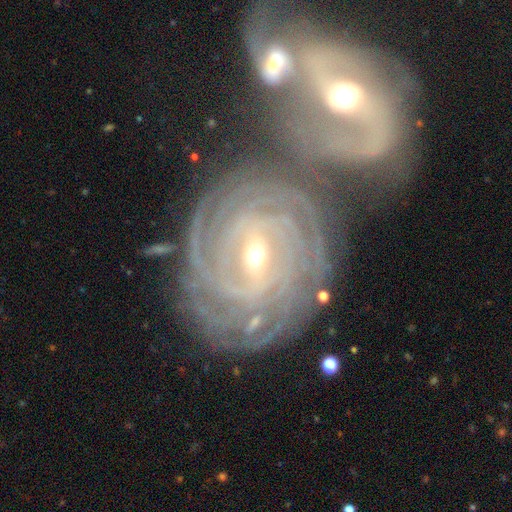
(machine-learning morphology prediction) A featured or disk galaxy (91%) with a weak bar (44%), 4 (22%, tied with can't tell) tight (86%) spiral arms (98%) and a small central bulge (69%).

Vote fractions:
- Smooth or featured? featured or disk: 91% / star or artifact: 5% / smooth: 4%
- Edge-on disk? no: 97% / yes: 3%
- Bar? weak: 44% / strong: 36% / no: 20%
- Spiral arms? yes: 98% / no: 2%
- Spiral winding? tight: 86% / medium: 11% / loose: 3%
- Spiral arm count? 4: 22% (tied) / can't tell: 22% (tied) / more than 4: 17% / 3: 16% / 2: 14% / 1: 8%
- Bulge size? small: 69% / moderate: 28% / large: 1% / none: 1% / dominant: 1%
- Merging? none: 60% / merger: 17% / minor disturbance: 16% / major disturbance: 7%